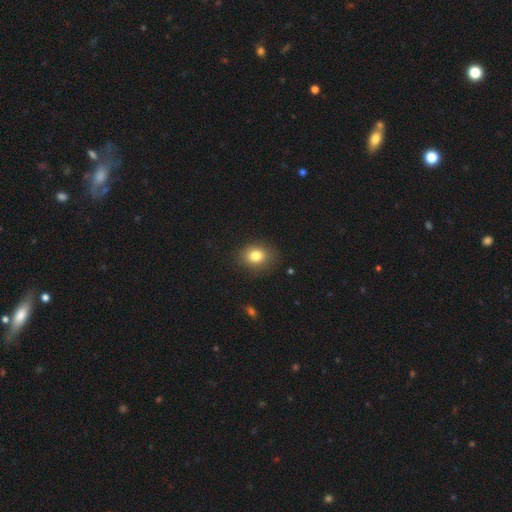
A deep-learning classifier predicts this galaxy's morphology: Q: Smooth or featured?
A: smooth (82%); runner-up: star or artifact (11%)
Q: How rounded?
A: round (54%); runner-up: in between (45%)
Q: Merging?
A: none (84%); runner-up: minor disturbance (11%)